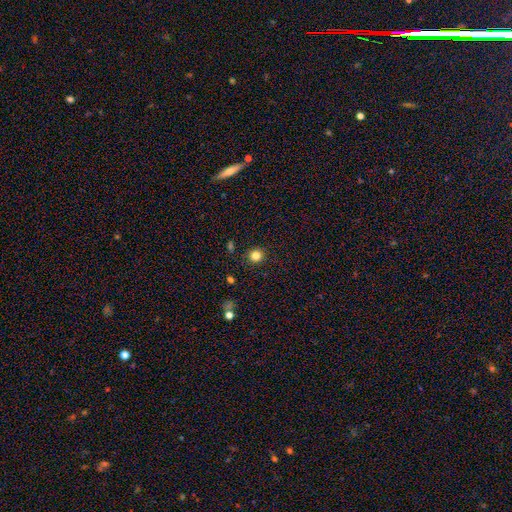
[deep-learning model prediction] The model was most divided on "smooth or featured": smooth: 82%, star or artifact: 13%, featured or disk: 5%. More confident: how rounded — round (91%); merging — none (90%).